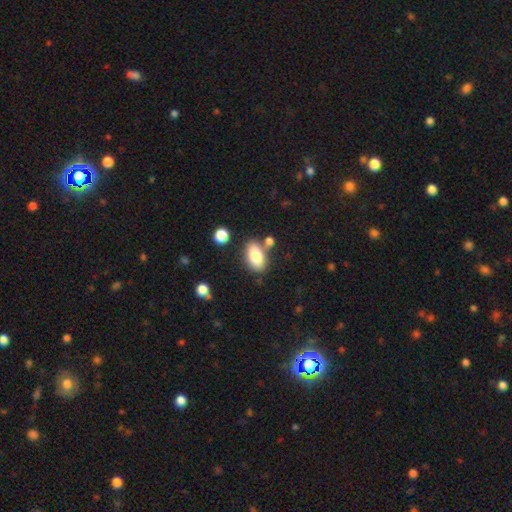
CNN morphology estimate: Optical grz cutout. It shows a smooth galaxy with no disk features (79%) that is in between round and cigar-shaped (90%). Merging: none (70%).